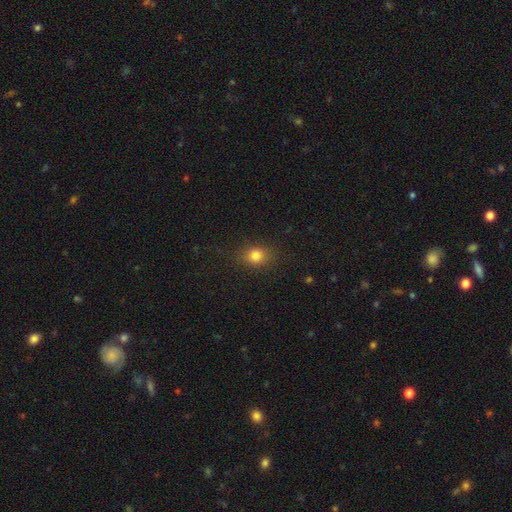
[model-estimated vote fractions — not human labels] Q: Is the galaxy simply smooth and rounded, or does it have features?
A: smooth — 80%.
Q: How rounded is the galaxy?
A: round — 56%.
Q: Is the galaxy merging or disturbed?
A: none — 84%.